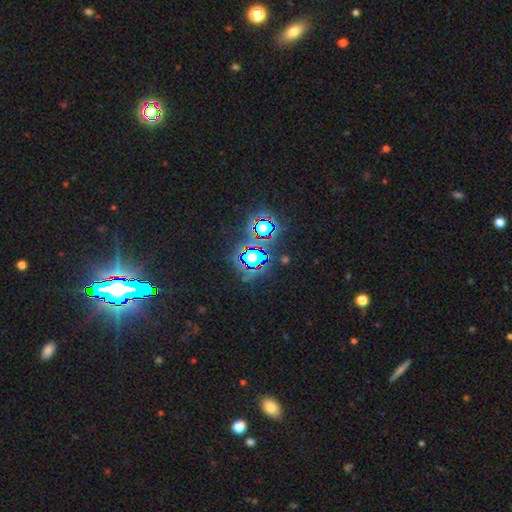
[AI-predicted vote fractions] This is clearly a star or artifact rather than a galaxy (81%).